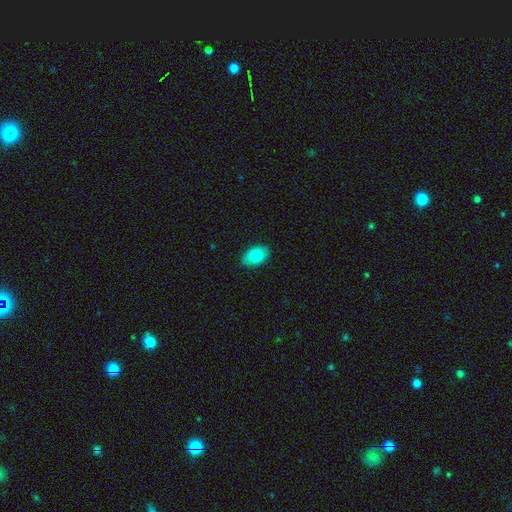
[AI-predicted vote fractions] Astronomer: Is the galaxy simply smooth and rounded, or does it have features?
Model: smooth — 87%.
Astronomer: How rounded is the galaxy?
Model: in between — 89%.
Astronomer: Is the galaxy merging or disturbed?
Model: none — 83%.